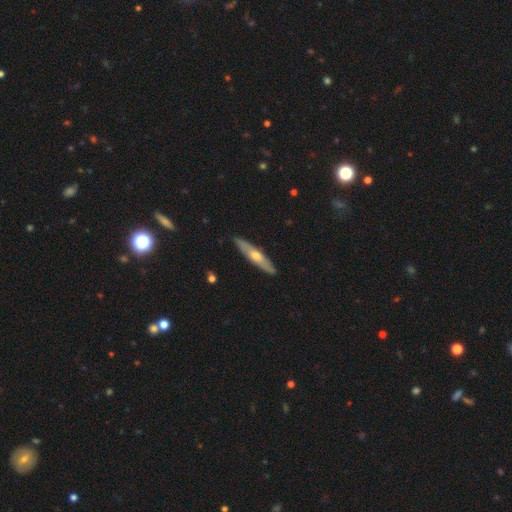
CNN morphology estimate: smooth-or-featured: featured or disk: 54% | smooth: 41% | star or artifact: 6%
  disk-edge-on: yes: 82% | no: 18%
  merging: none: 89% | minor disturbance: 9% | major disturbance: 2% | merger: 1%